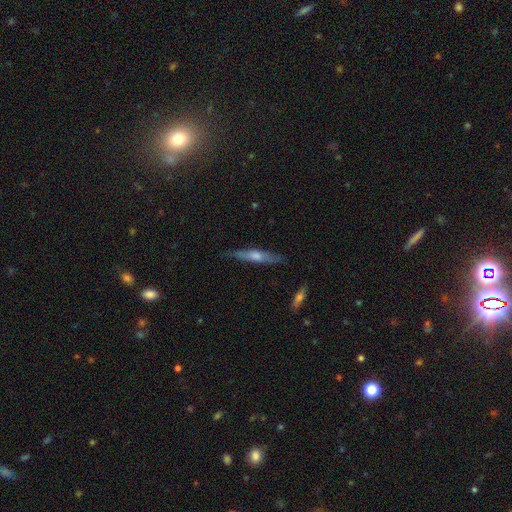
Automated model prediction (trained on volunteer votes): Smooth or featured? Predicted: featured or disk (p=0.60). Edge-on disk? Predicted: yes (p=0.94). Edge-on bulge? Predicted: rounded (p=0.82). Merging? Predicted: none (p=0.83).